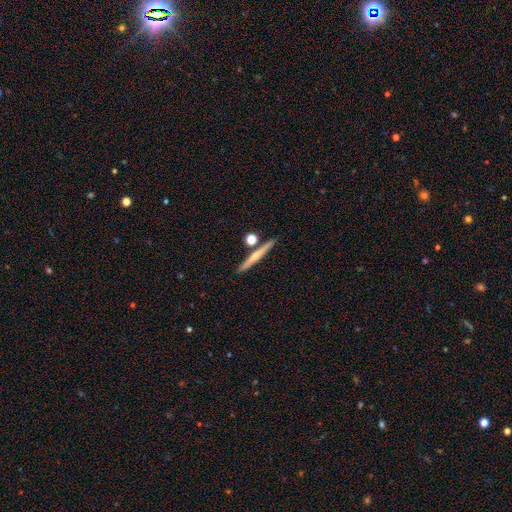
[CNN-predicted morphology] featured or disk 48%, smooth 45%, star or artifact 7%. Down the decision tree: merging — none (81%).